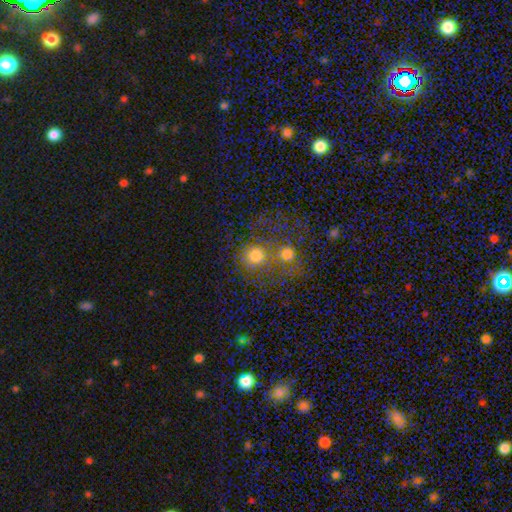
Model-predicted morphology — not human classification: smooth_or_featured: smooth (p=0.67) [alt: star or artifact p=0.24]
how_rounded: round (p=0.89) [alt: in between p=0.10]
merging: none (p=0.65) [alt: merger p=0.19]